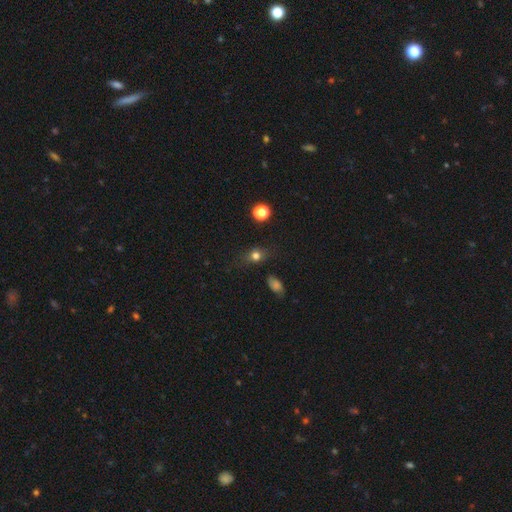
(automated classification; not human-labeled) Smooth or featured: smooth — 70% (star or artifact — 18%)
How rounded: round — 53% (in between — 44%)
Merging: none — 73% (minor disturbance — 18%)